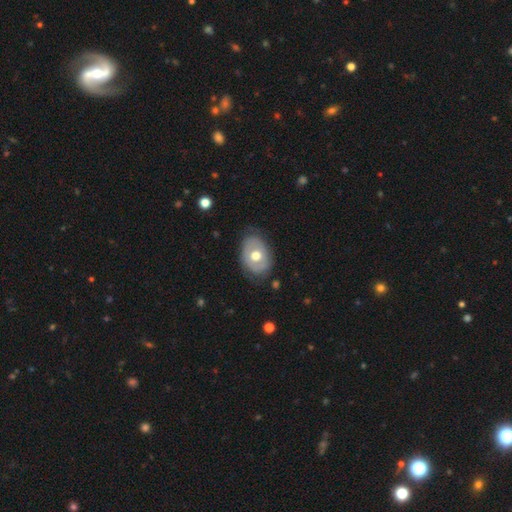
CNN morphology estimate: A smooth galaxy with no disk features (48%).

Vote fractions:
- Smooth or featured? smooth: 48% / featured or disk: 46% / star or artifact: 6%
- Merging? none: 71% / minor disturbance: 21% / major disturbance: 7% / merger: 1%